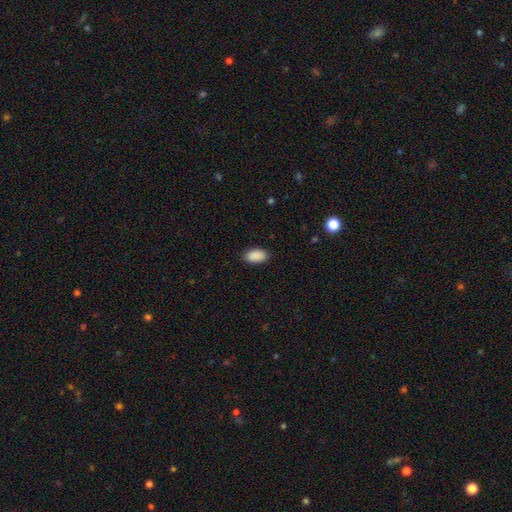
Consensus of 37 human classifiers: smooth 89%, featured or disk 5%, star or artifact 5%. Down the decision tree: how rounded — in between (94%); merging — none (86%).